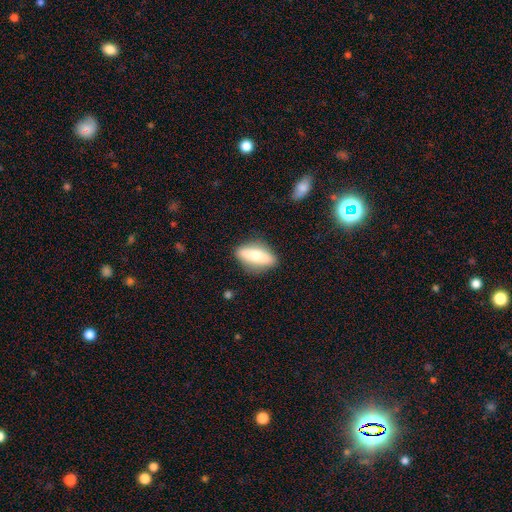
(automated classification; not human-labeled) smooth-or-featured: smooth: 56% | featured or disk: 37% | star or artifact: 6%
  how-rounded: in between: 62% | cigar-shaped: 34% | round: 4%
  merging: none: 84% | minor disturbance: 11% | major disturbance: 3% | merger: 1%